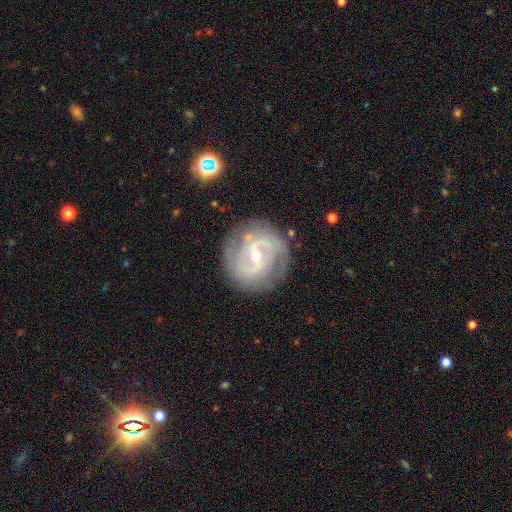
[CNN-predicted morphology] Smooth or featured: featured or disk — 87% (smooth — 7%)
Edge-on disk: no — 97% (yes — 3%)
Bar: weak — 47% (strong — 26%)
Spiral arms: yes — 95% (no — 5%)
Spiral winding: medium — 47% (tight — 40%)
Spiral arm count: 2 — 76% (can't tell — 10%)
Bulge size: small — 61% (moderate — 36%)
Merging: none — 79% (minor disturbance — 14%)